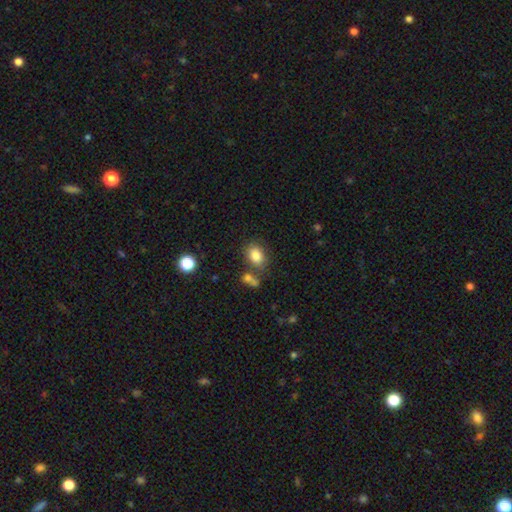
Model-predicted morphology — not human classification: Overall: smooth (84%). How rounded: in between (76%). Merging: none (66%).